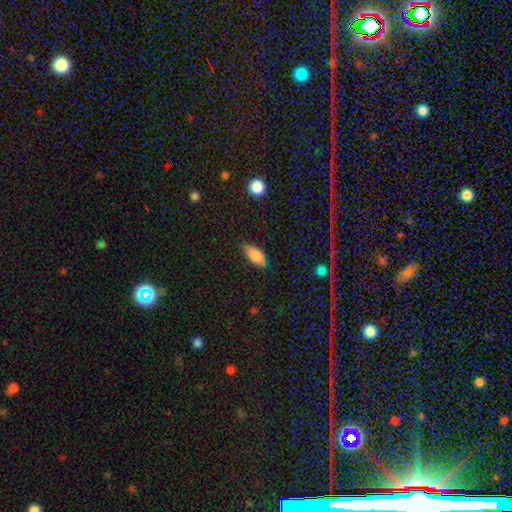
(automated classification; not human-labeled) smooth_or_featured: smooth (p=0.81) [alt: featured or disk p=0.12]
how_rounded: in between (p=0.87) [alt: cigar-shaped p=0.10]
merging: none (p=0.77) [alt: minor disturbance p=0.19]